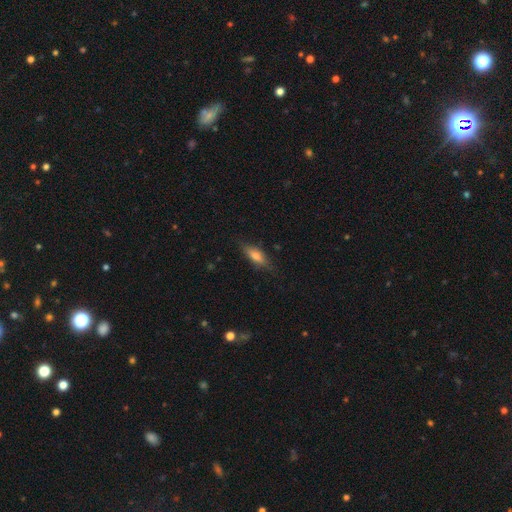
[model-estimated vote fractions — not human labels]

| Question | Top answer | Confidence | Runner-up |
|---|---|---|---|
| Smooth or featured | smooth | 62% | featured or disk (30%) |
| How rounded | in between | 55% | cigar-shaped (42%) |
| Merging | none | 78% | minor disturbance (17%) |